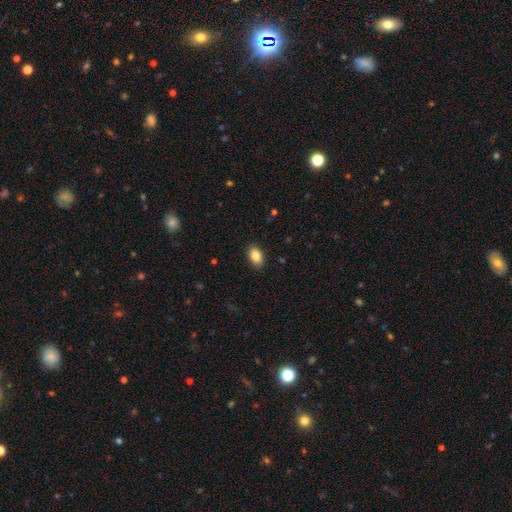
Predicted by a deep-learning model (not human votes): smooth 86%, star or artifact 7%, featured or disk 7%. Down the decision tree: how rounded — in between (90%); merging — none (88%).